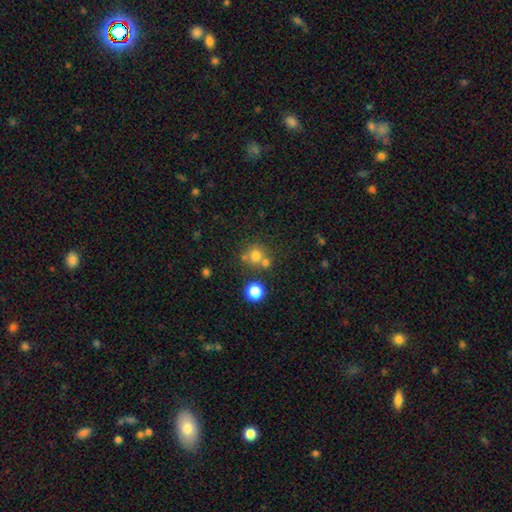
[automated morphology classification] Q: Smooth or featured?
A: smooth (72%); runner-up: star or artifact (17%)
Q: How rounded?
A: round (88%); runner-up: in between (11%)
Q: Merging?
A: none (59%); runner-up: merger (28%)